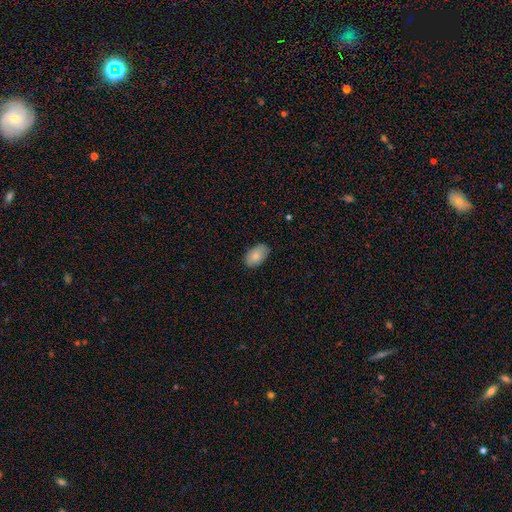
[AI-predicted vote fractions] smooth 81%, featured or disk 12%, star or artifact 7%. Down the decision tree: how rounded — in between (92%); merging — none (83%).